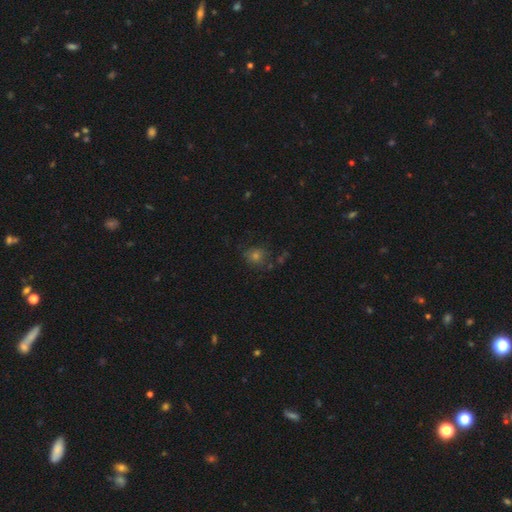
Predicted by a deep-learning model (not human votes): smooth 57%, star or artifact 31%, featured or disk 12%. Down the decision tree: how rounded — round (78%); merging — none (74%).